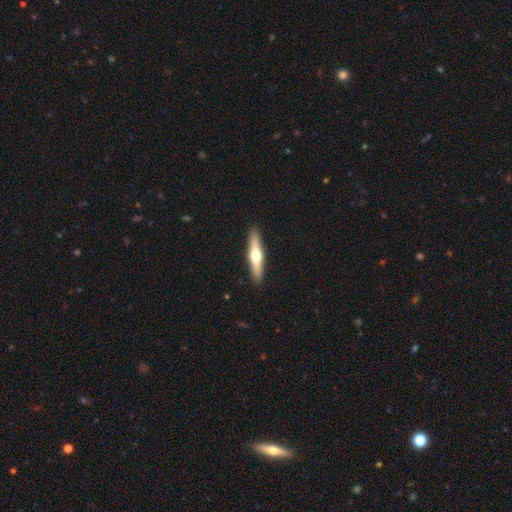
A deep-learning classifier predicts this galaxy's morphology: Smooth or featured? Predicted: featured or disk (p=0.51). Edge-on disk? Predicted: yes (p=0.93). Merging? Predicted: none (p=0.91).